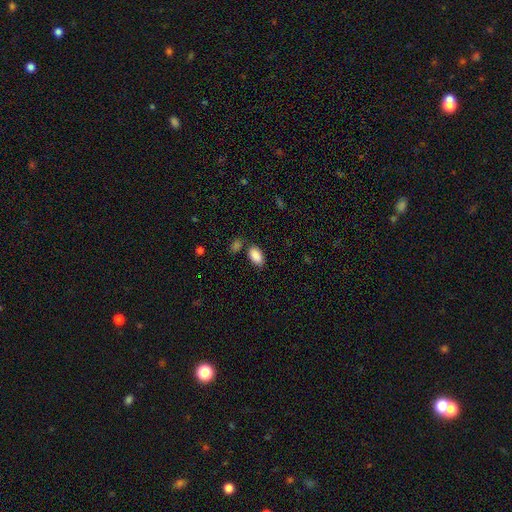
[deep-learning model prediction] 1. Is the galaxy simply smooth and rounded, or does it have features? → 89% smooth, 7% star or artifact, 4% featured or disk.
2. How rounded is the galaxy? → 94% in between, 4% round, 2% cigar-shaped.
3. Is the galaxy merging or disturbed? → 75% none, 13% minor disturbance, 9% merger, 4% major disturbance.